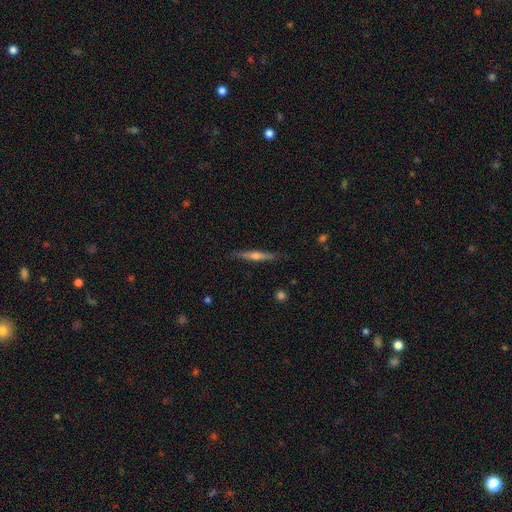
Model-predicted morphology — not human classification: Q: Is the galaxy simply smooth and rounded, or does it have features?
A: featured or disk — 66%.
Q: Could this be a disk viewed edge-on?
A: yes — 97%.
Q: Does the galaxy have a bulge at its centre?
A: rounded — 80%.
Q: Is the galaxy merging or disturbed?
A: none — 88%.